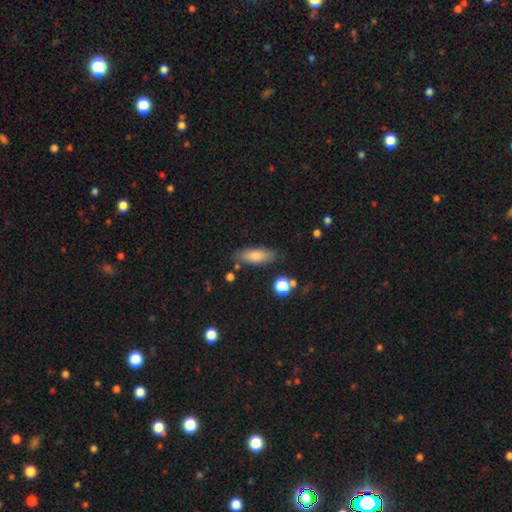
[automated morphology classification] smooth-or-featured: smooth: 80% | featured or disk: 13% | star or artifact: 7%
  how-rounded: in between: 70% | cigar-shaped: 27% | round: 3%
  merging: none: 77% | minor disturbance: 15% | merger: 4% | major disturbance: 4%